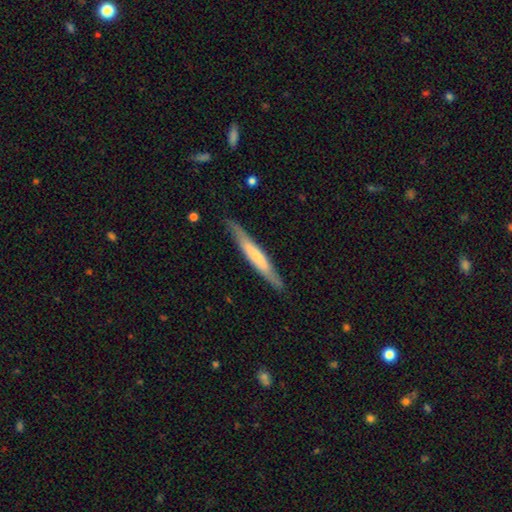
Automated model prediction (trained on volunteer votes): Overall: smooth (48%; featured or disk 46%). Merging: none (86%).